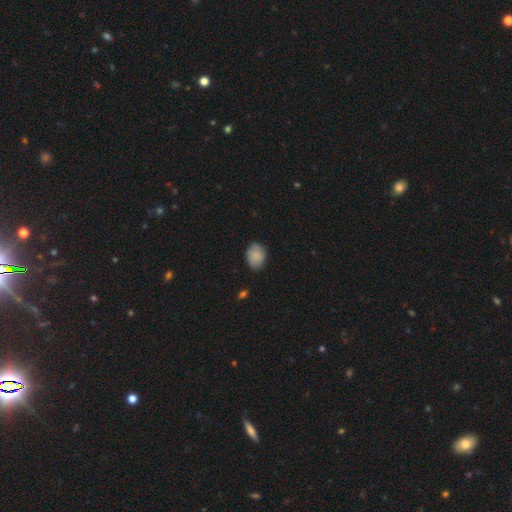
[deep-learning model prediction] Overall: smooth (87%). How rounded: in between (63%; round 36%). Merging: none (77%).